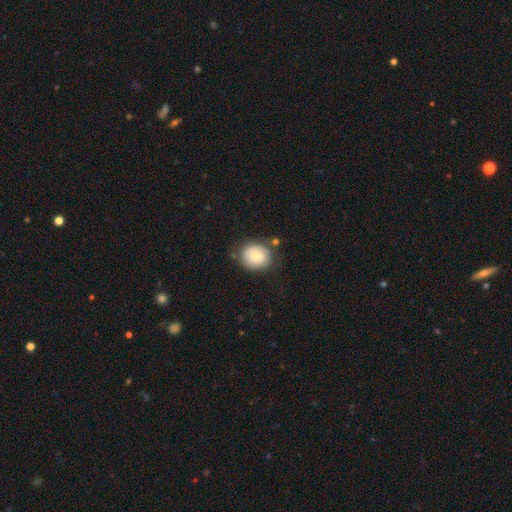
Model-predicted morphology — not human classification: This is likely a smooth galaxy (73%). How rounded: likely round (68%). Merging: likely none (70%).